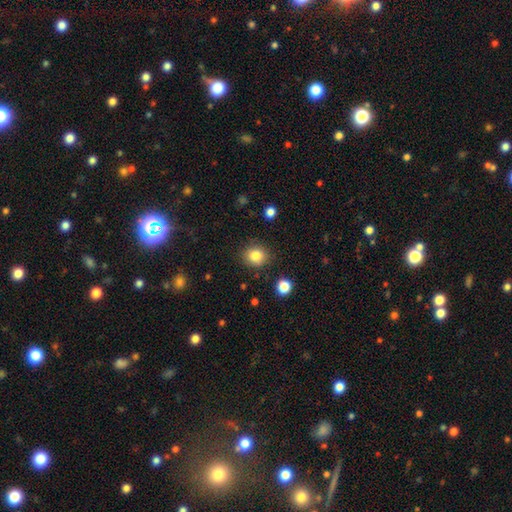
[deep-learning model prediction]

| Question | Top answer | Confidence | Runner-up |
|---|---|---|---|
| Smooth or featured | smooth | 83% | star or artifact (11%) |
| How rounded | round | 80% | in between (19%) |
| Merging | none | 86% | minor disturbance (9%) |